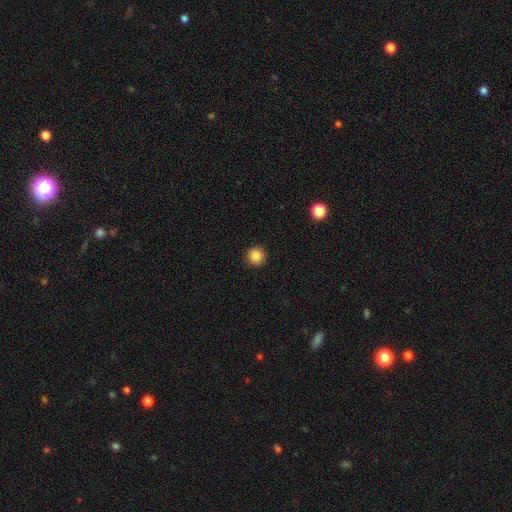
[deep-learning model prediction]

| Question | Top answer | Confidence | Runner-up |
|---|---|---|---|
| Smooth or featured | smooth | 86% | star or artifact (10%) |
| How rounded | round | 95% | in between (4%) |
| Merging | none | 93% | minor disturbance (4%) |